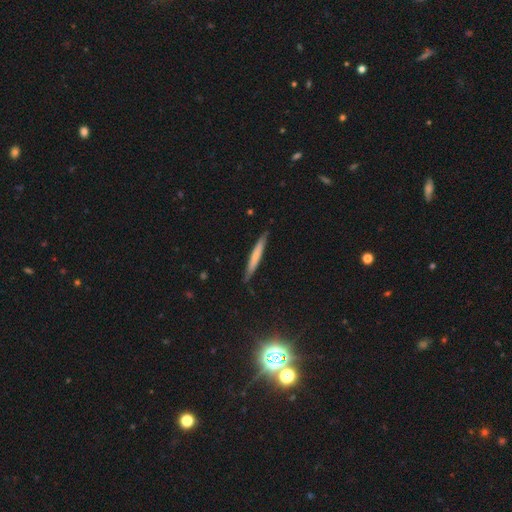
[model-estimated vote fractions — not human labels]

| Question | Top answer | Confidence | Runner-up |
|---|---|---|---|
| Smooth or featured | smooth | 60% | featured or disk (34%) |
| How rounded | cigar-shaped | 96% | in between (3%) |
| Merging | none | 86% | minor disturbance (11%) |